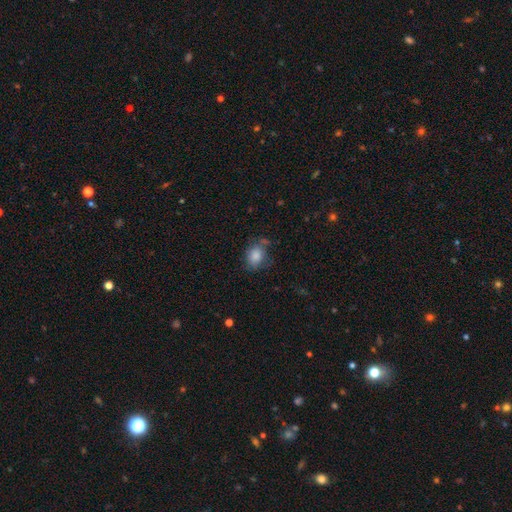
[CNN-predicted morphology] This appears to be a smooth galaxy with no disk features (83%) that is in between round and cigar-shaped (51%). Merging: none (59%).